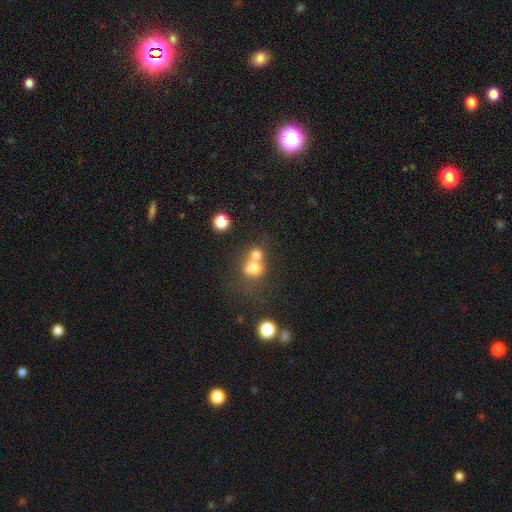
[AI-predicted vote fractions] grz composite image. It shows a smooth galaxy with no disk features (59%) that is round (76%). Merging: merger (48%).